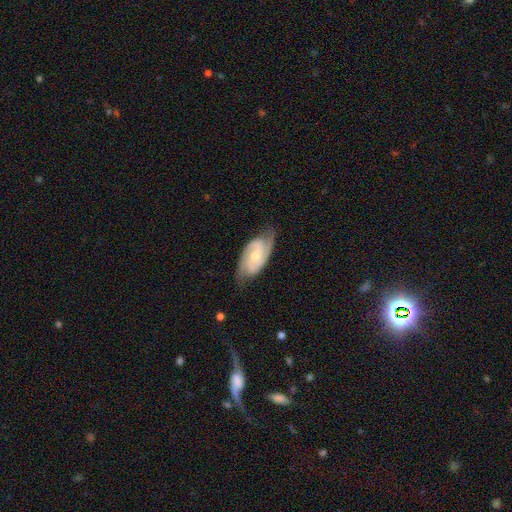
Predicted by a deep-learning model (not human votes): Morphology: type=featured or disk (84%); edge-on=no (96%); bar=no (53%); spiral arms=yes (96%); winding=medium (46%); arm count=2 (82%); bulge=small (53%); merging=none (72%).